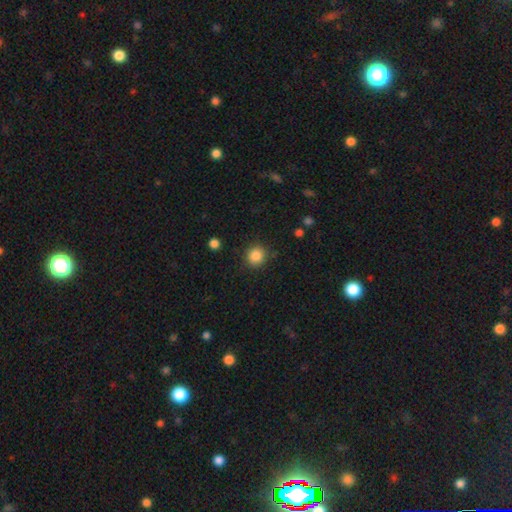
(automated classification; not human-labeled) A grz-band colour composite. It shows a smooth galaxy with no disk features (86%) that is round (90%). Merging: none (87%).